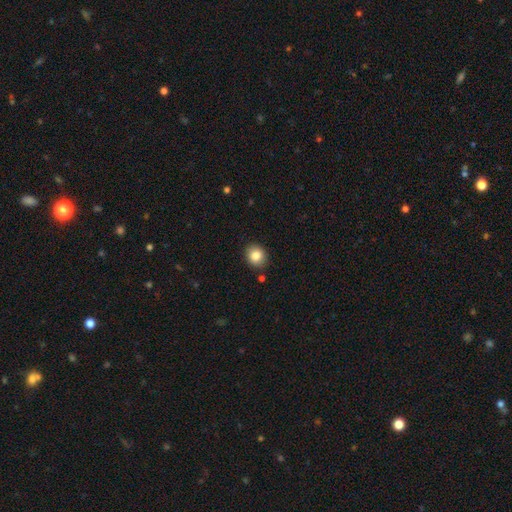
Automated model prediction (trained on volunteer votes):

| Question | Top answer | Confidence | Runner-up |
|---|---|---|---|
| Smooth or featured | smooth | 84% | star or artifact (9%) |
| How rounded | round | 73% | in between (26%) |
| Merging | none | 88% | minor disturbance (8%) |